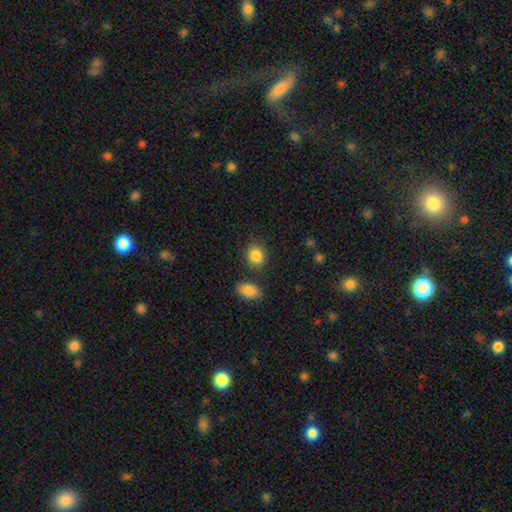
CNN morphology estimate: smooth_or_featured: smooth (p=0.87) [alt: star or artifact p=0.08]
how_rounded: round (p=0.59) [alt: in between p=0.40]
merging: none (p=0.77) [alt: minor disturbance p=0.11]